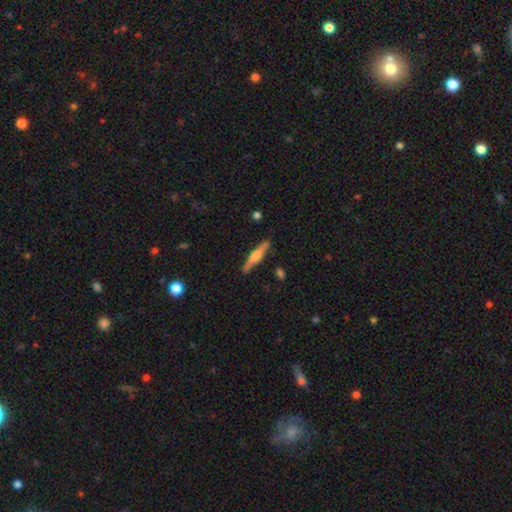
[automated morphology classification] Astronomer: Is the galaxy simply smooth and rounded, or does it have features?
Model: featured or disk — 56% (runner-up: smooth, 39%).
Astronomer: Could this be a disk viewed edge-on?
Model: yes — 96%.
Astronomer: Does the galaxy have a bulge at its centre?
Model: rounded — 71%.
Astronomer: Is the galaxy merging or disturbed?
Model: none — 86%.